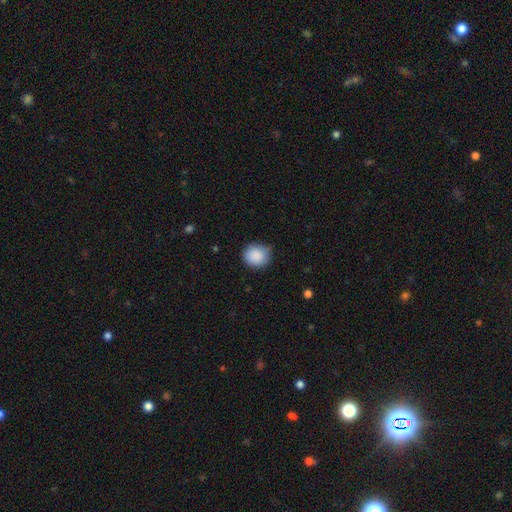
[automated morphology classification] A smooth galaxy with no disk features (89%) that is round (82%).

Vote fractions:
- Smooth or featured? smooth: 89% / star or artifact: 8% / featured or disk: 4%
- How rounded? round: 82% / in between: 17% / cigar-shaped: 1%
- Merging? none: 71% / minor disturbance: 24% / major disturbance: 4% / merger: 2%